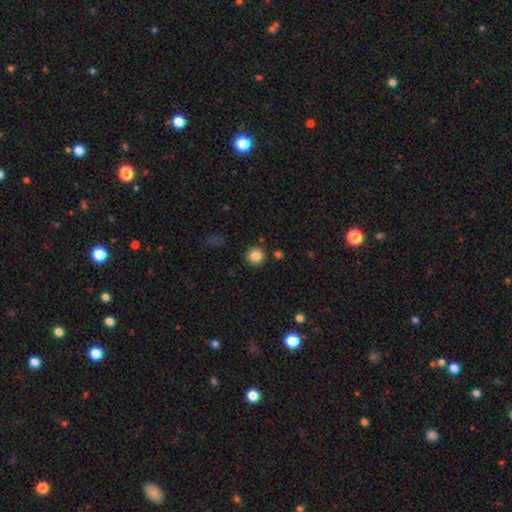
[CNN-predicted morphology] Smooth or featured? smooth (85%)
How rounded? round (93%)
Merging? none (88%)